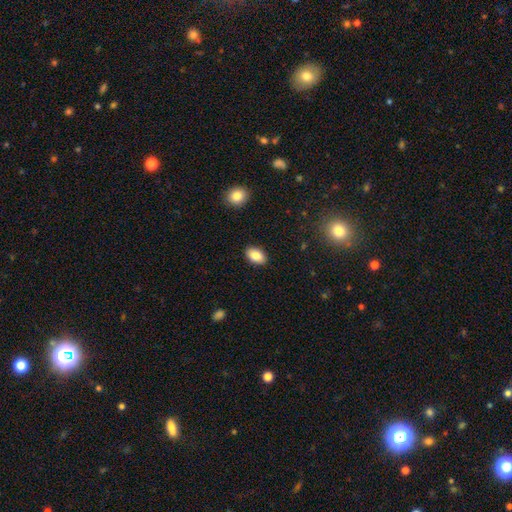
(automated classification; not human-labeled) Smooth or featured: smooth — 86% (star or artifact — 8%)
How rounded: in between — 90% (round — 8%)
Merging: none — 89% (minor disturbance — 8%)